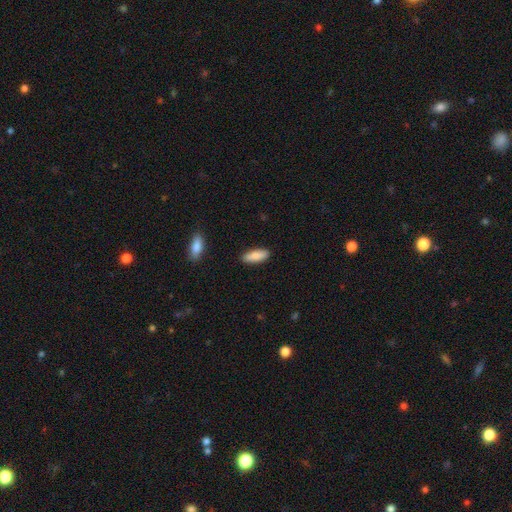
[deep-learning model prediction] Smooth or featured?
  - smooth: 84% *
  - featured or disk: 10%
  - star or artifact: 6%
How rounded?
  - in between: 67% *
  - cigar-shaped: 31%
  - round: 2%
Merging?
  - none: 87% *
  - minor disturbance: 9%
  - major disturbance: 2%
  - merger: 2%